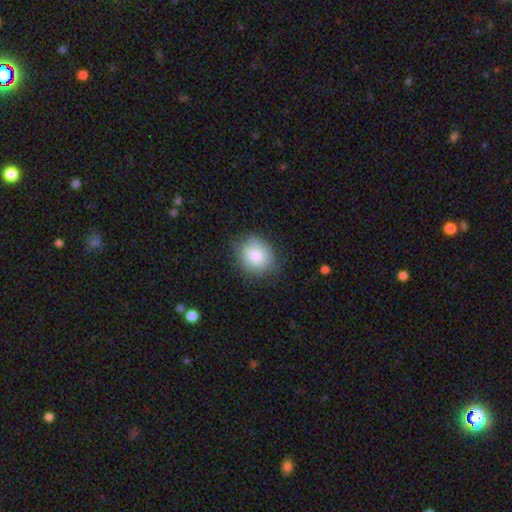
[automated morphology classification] Smooth or featured?
  - smooth: 82% *
  - featured or disk: 11%
  - star or artifact: 7%
How rounded?
  - round: 74% *
  - in between: 26%
  - cigar-shaped: 1%
Merging?
  - none: 74% *
  - minor disturbance: 19%
  - major disturbance: 5%
  - merger: 1%